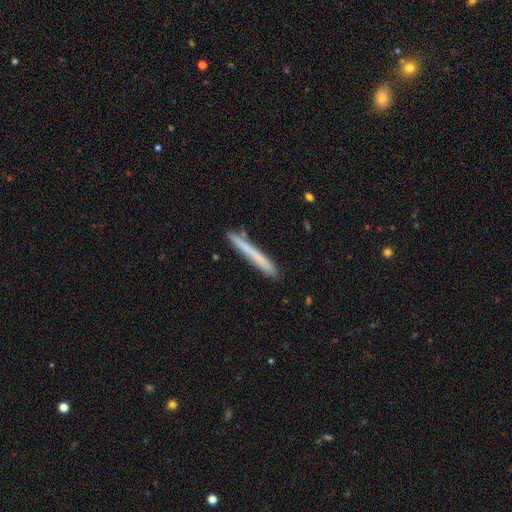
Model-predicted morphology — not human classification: A smooth galaxy with no disk features (65%) that is cigar-shaped (97%). Merging: none (87%).